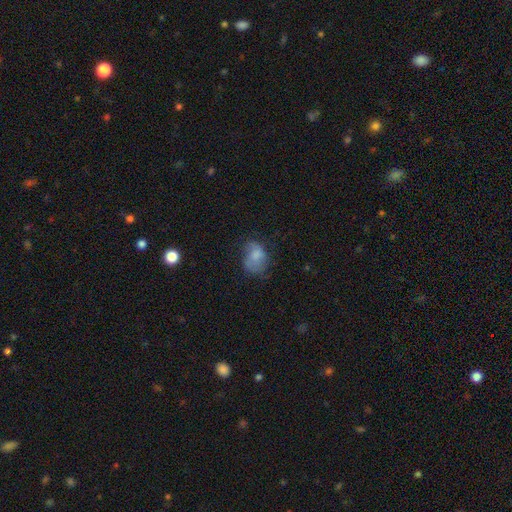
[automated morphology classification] Smooth or featured? Predicted: smooth (p=0.65). How rounded? Predicted: in between (p=0.66). Merging? Predicted: none (p=0.41).